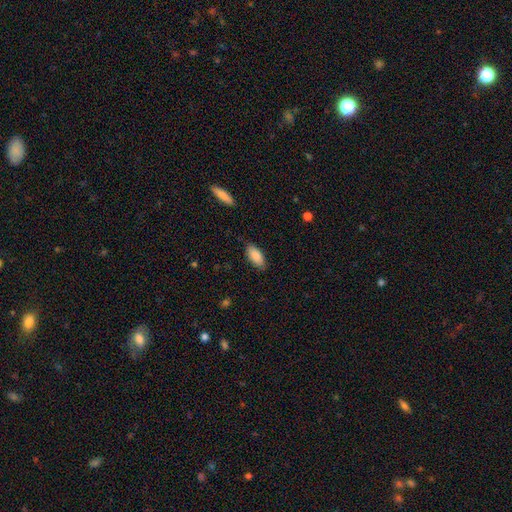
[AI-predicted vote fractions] Smooth or featured? Predicted: smooth (p=0.87). How rounded? Predicted: in between (p=0.87). Merging? Predicted: none (p=0.85).